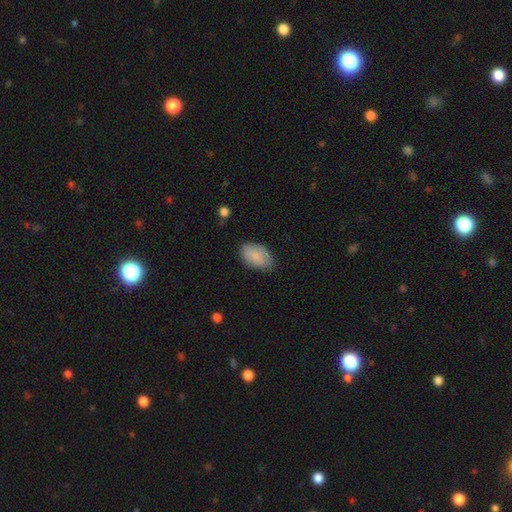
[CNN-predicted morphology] smooth 86%, featured or disk 8%, star or artifact 6%. Down the decision tree: how rounded — in between (92%); merging — none (76%).